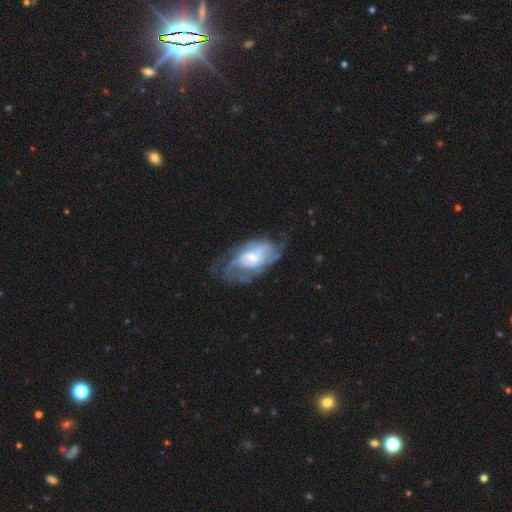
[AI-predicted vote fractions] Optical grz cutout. It shows a featured or disk galaxy (76%) with no bar (52%), tight (49%) spiral arms (84%) and a moderate central bulge (46%). Merging: none (59%).